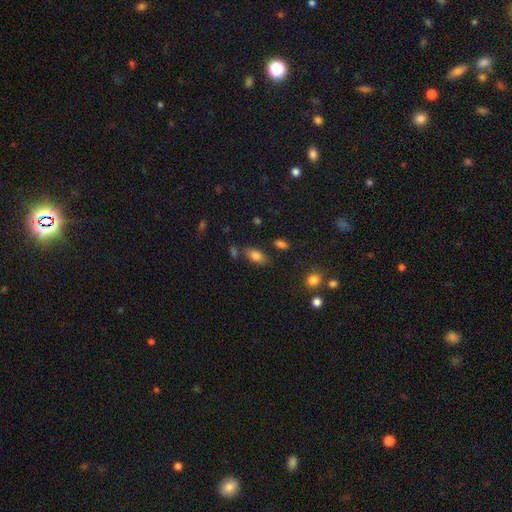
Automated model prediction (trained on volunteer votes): Smooth or featured: smooth — 79% (featured or disk — 12%)
How rounded: in between — 88% (cigar-shaped — 8%)
Merging: none — 74% (minor disturbance — 14%)